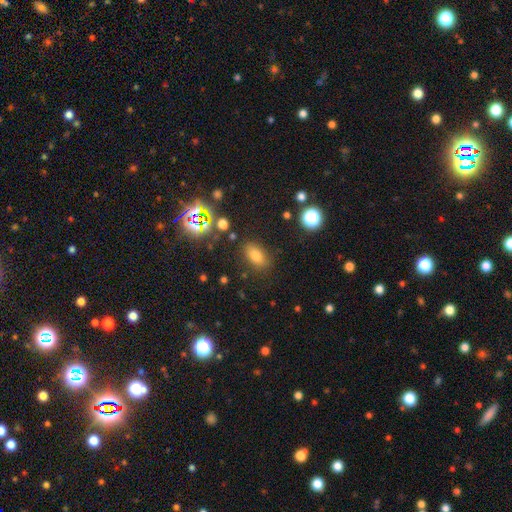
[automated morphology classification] Smooth or featured?
  - smooth: 68% *
  - star or artifact: 21%
  - featured or disk: 11%
How rounded?
  - in between: 83% *
  - round: 11%
  - cigar-shaped: 5%
Merging?
  - none: 83% *
  - minor disturbance: 10%
  - major disturbance: 4%
  - merger: 3%